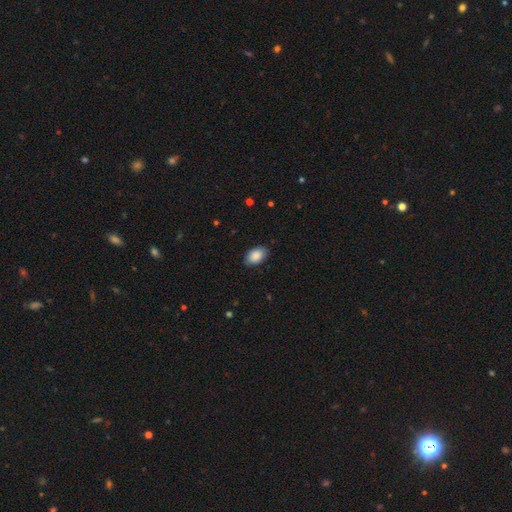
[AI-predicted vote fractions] The model was most divided on "merging": none: 86%, minor disturbance: 11%, major disturbance: 2%, merger: 1%. More confident: how rounded — in between (93%); smooth or featured — smooth (89%).